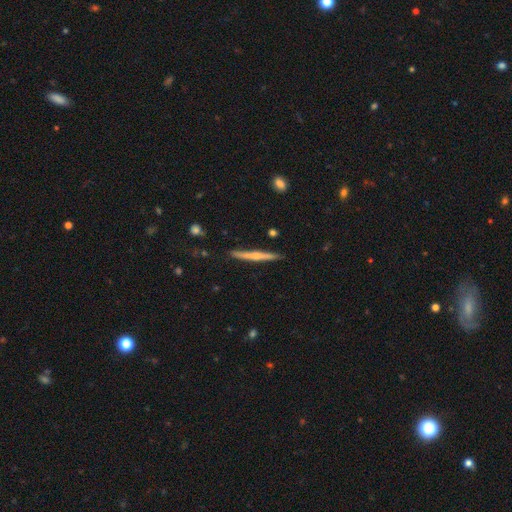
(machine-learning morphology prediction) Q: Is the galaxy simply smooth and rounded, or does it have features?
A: featured or disk — 56%.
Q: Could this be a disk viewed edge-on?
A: yes — 97%.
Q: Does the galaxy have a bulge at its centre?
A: rounded — 62%.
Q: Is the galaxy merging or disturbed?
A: none — 89%.